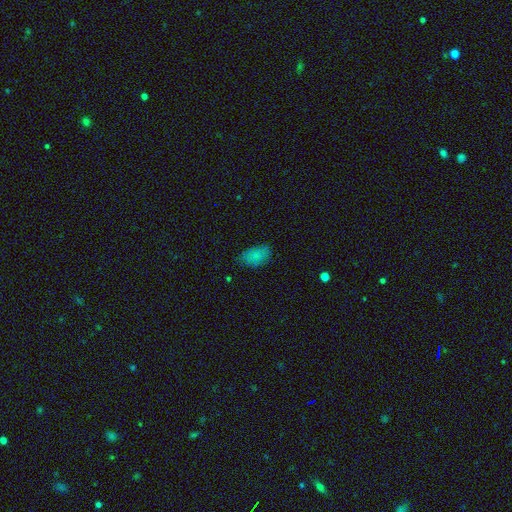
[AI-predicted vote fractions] Q: Smooth or featured?
A: smooth (83%); runner-up: star or artifact (10%)
Q: How rounded?
A: in between (93%); runner-up: round (5%)
Q: Merging?
A: none (73%); runner-up: minor disturbance (21%)